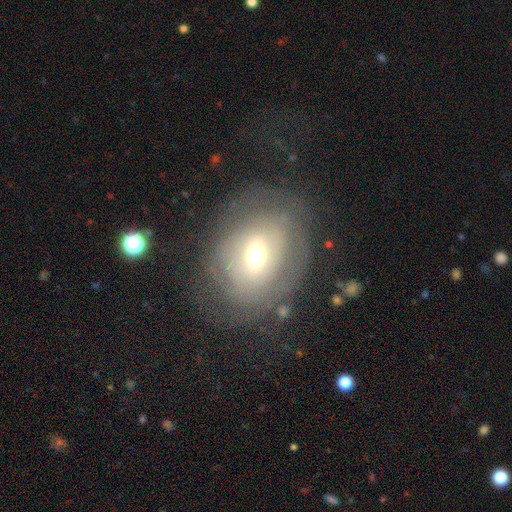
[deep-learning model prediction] The model was most divided on "spiral arms": no: 51%, yes: 49%. Remaining: edge-on disk — no (93%); bulge size — moderate (63%); merging — none (61%); smooth or featured — featured or disk (56%); bar — weak (42%).